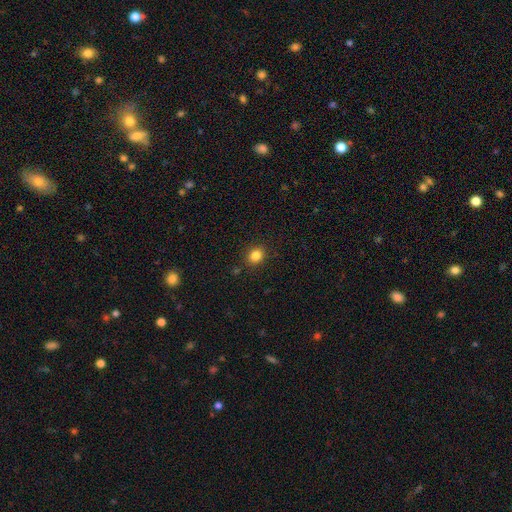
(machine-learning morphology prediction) A smooth galaxy with no disk features (84%) that is round (67%). Merging: none (88%).